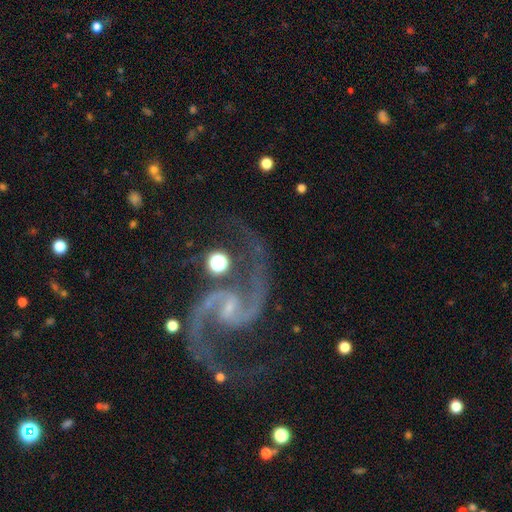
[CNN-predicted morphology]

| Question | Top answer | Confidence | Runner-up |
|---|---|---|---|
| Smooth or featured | featured or disk | 93% | star or artifact (4%) |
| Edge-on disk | no | 98% | yes (2%) |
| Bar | weak | 49% | no (34%) |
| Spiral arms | yes | 98% | no (2%) |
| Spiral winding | medium | 52% | loose (39%) |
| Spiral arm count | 2 | 95% | 1 (1%) |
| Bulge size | small | 64% | none (17%) |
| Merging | none | 71% | minor disturbance (15%) |